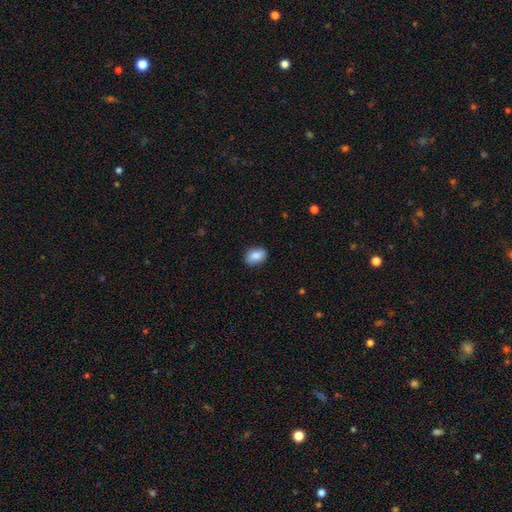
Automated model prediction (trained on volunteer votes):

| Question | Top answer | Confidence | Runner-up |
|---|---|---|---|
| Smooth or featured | smooth | 87% | star or artifact (7%) |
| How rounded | in between | 76% | round (23%) |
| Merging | none | 87% | minor disturbance (10%) |